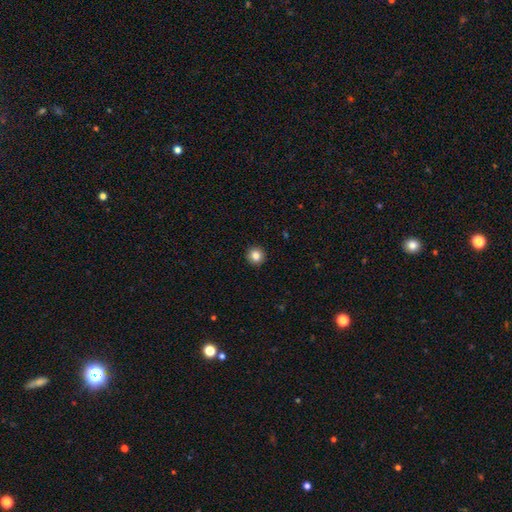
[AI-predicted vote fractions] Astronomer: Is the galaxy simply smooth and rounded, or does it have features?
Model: smooth — 84%.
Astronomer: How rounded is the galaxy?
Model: round — 95%.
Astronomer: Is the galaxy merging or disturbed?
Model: none — 93%.